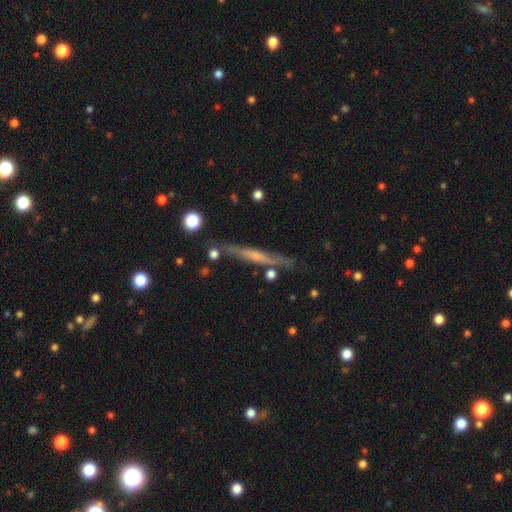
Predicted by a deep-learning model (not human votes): Smooth or featured?
  - featured or disk: 60% *
  - smooth: 32%
  - star or artifact: 8%
Edge-on disk?
  - yes: 94% *
  - no: 6%
Edge-on bulge?
  - none: 52% *
  - rounded: 40%
  - boxy: 9%
Merging?
  - none: 81% *
  - minor disturbance: 12%
  - merger: 4%
  - major disturbance: 3%